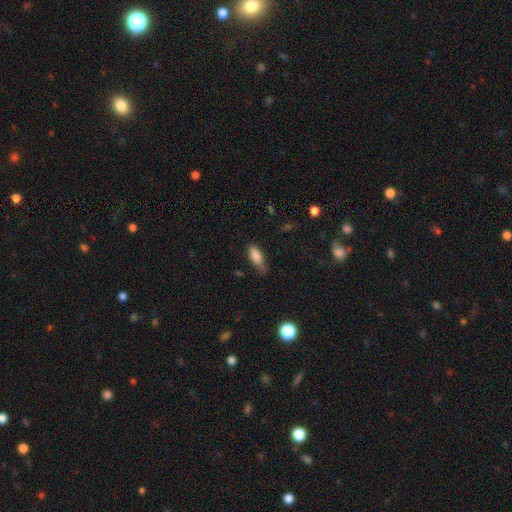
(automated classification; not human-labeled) Q: Smooth or featured?
A: smooth (82%); runner-up: featured or disk (10%)
Q: How rounded?
A: in between (78%); runner-up: cigar-shaped (20%)
Q: Merging?
A: none (48%); runner-up: minor disturbance (39%)